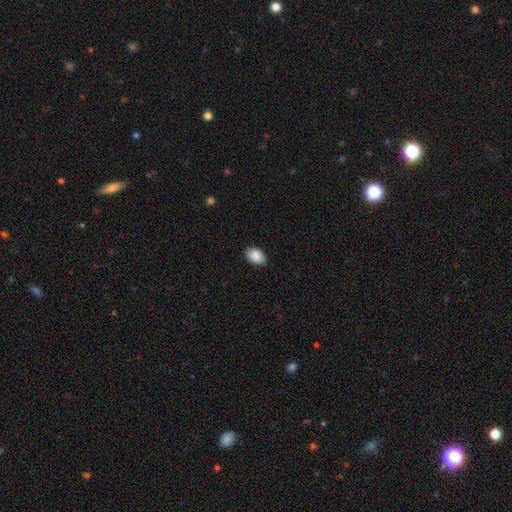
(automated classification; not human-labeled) Morphology: type=smooth (88%); roundness=in between (90%); merging=none (85%).